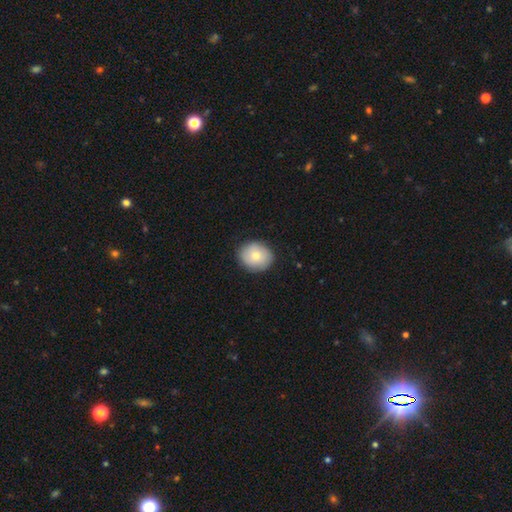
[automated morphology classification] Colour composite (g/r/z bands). It shows a smooth galaxy with no disk features (75%) that is round (72%). Merging: none (86%).